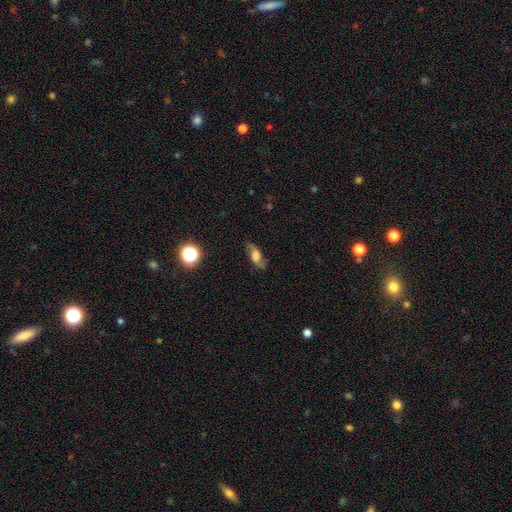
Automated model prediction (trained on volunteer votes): Smooth or featured? Predicted: featured or disk (p=0.50). Merging? Predicted: none (p=0.74).